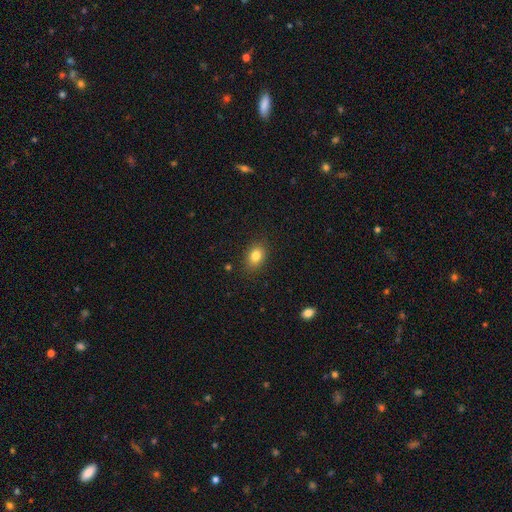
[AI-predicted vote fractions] smooth 82%, star or artifact 10%, featured or disk 8%. Down the decision tree: how rounded — in between (70%); merging — none (85%).